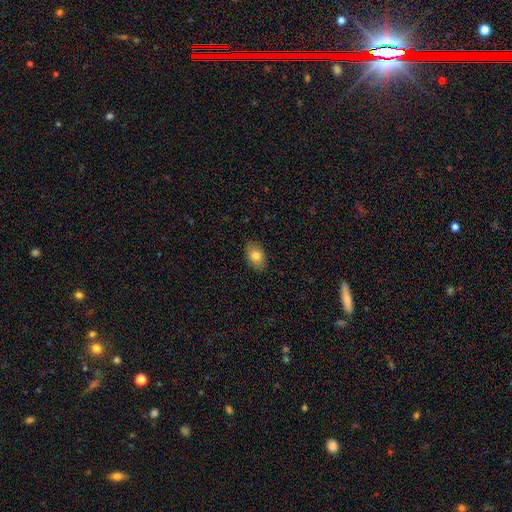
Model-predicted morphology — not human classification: type=smooth (80%); roundness=in between (88%); merging=none (87%).